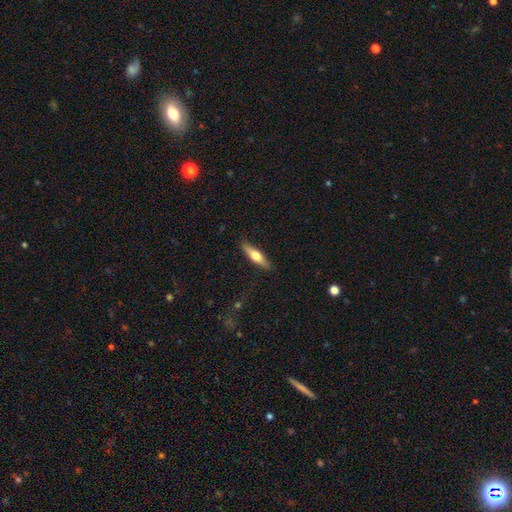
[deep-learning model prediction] Smooth or featured? Predicted: smooth (p=0.51). How rounded? Predicted: cigar-shaped (p=0.72). Merging? Predicted: none (p=0.87).